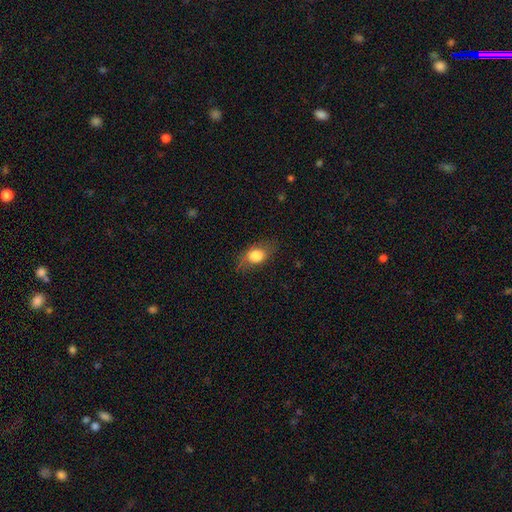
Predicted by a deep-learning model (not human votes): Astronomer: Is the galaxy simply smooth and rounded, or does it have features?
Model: smooth — 76%.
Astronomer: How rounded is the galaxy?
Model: in between — 72%.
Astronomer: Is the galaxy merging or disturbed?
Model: none — 67%.